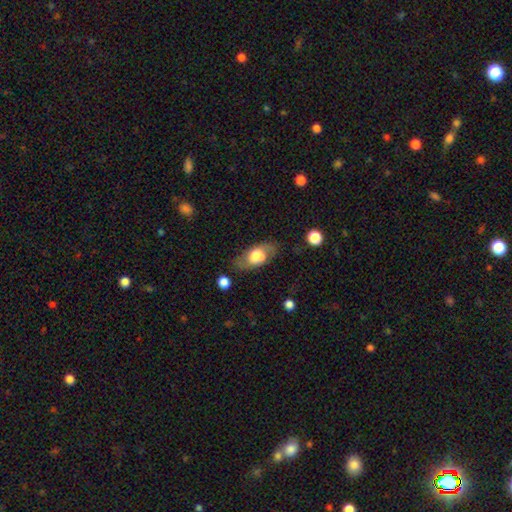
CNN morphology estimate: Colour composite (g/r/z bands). It shows a smooth galaxy with no disk features (61%) that is in between round and cigar-shaped (85%). Merging: none (65%).